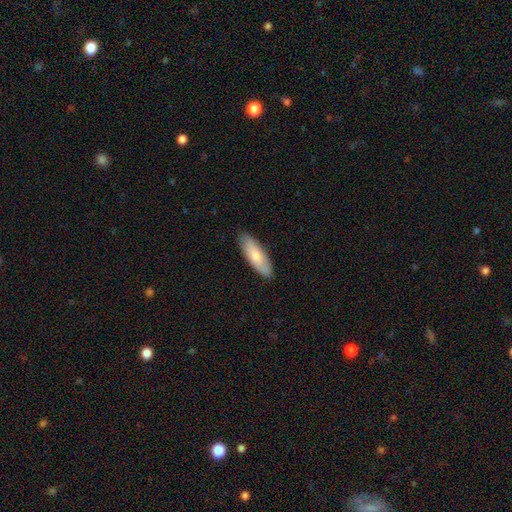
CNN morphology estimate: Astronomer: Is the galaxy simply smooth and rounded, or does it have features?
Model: smooth — 74%.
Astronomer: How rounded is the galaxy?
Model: in between — 63%.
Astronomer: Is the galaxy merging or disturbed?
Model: none — 86%.